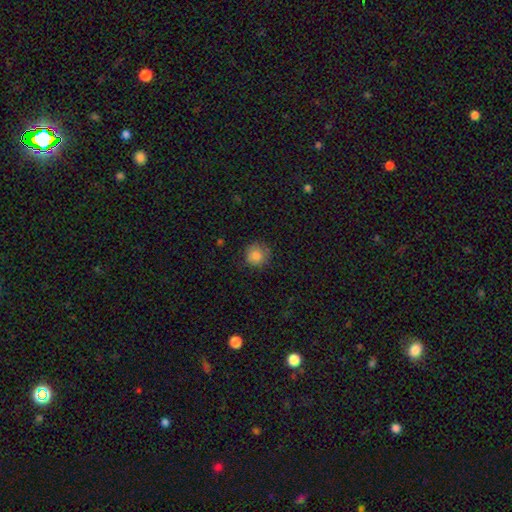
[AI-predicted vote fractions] Smooth or featured? smooth (84%)
How rounded? round (93%)
Merging? none (81%)